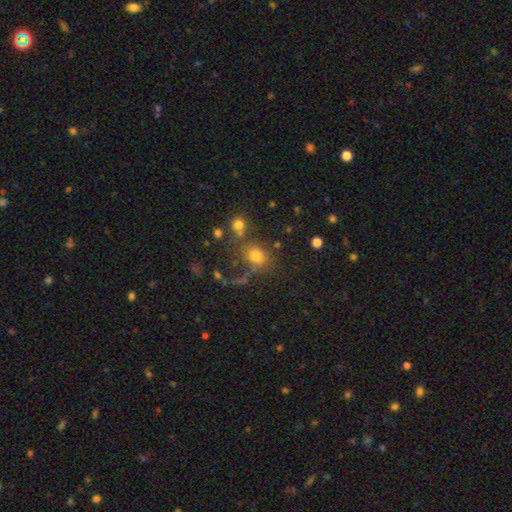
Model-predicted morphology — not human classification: Smooth or featured? smooth (71%)
How rounded? round (58%)
Merging? none (53%)